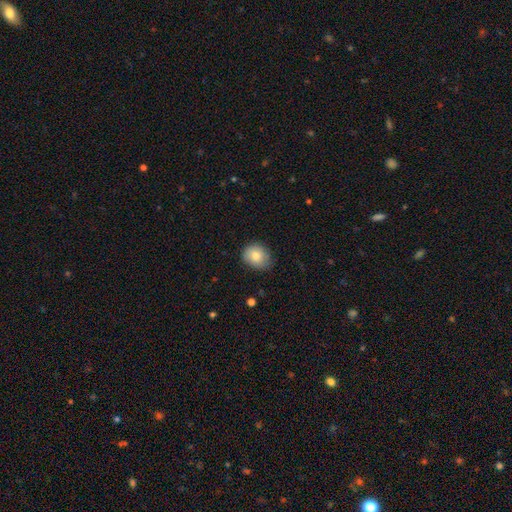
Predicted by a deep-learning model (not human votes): A smooth galaxy with no disk features (83%) that is round (60%).

Vote fractions:
- Smooth or featured? smooth: 83% / featured or disk: 10% / star or artifact: 8%
- How rounded? round: 60% / in between: 40% / cigar-shaped: 1%
- Merging? none: 76% / minor disturbance: 20% / major disturbance: 3% / merger: 1%